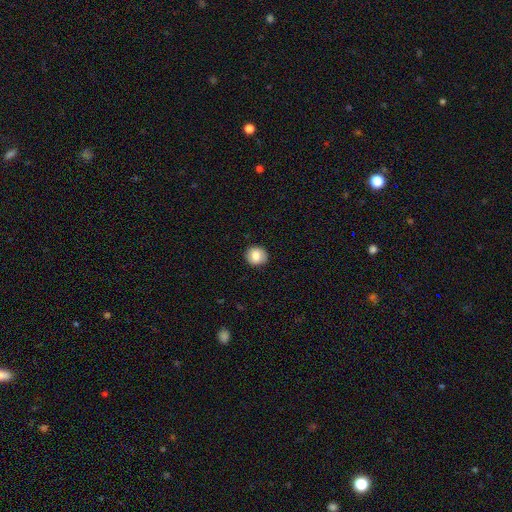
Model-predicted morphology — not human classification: Smooth or featured? Predicted: smooth (p=0.80). How rounded? Predicted: round (p=0.85). Merging? Predicted: none (p=0.89).